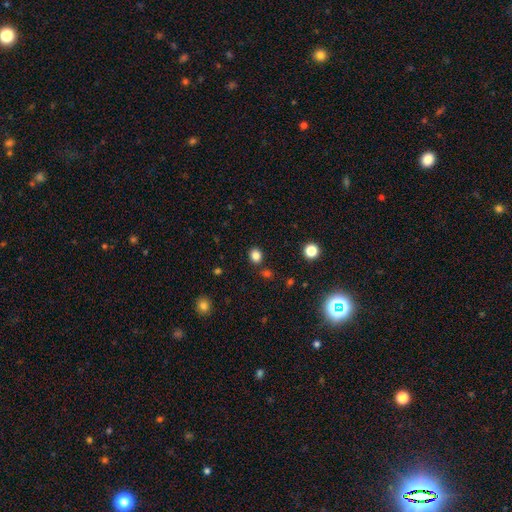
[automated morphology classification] A smooth galaxy with no disk features (83%) that is round (69%).

Vote fractions:
- Smooth or featured? smooth: 83% / star or artifact: 14% / featured or disk: 4%
- How rounded? round: 69% / in between: 30% / cigar-shaped: 1%
- Merging? none: 84% / minor disturbance: 8% / merger: 5% / major disturbance: 3%